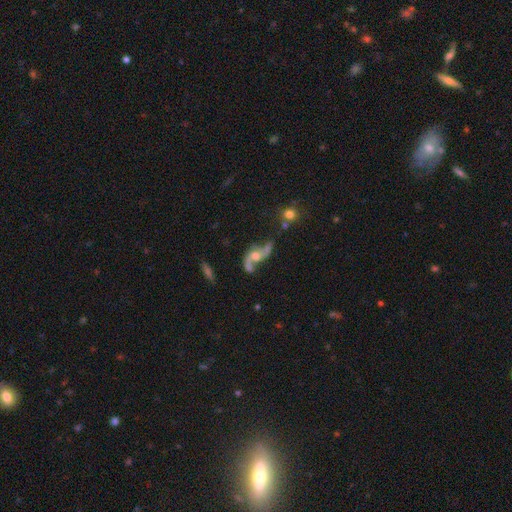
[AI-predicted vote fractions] Overall: featured or disk (82%). Edge-on disk: no (95%). Bar: no (63%; weak 31%). Spiral arms: yes (91%). Spiral arm count: 2 (91%). Spiral winding: loose (84%). Bulge size: moderate (54%; small 27%). Merging: none (47%; minor disturbance 20%).